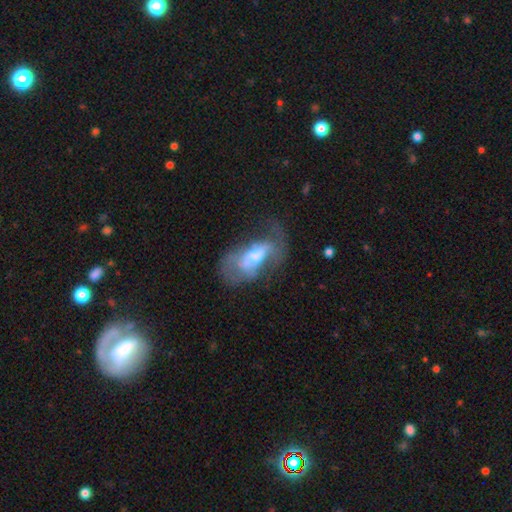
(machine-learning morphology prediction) Overall: featured or disk (59%; smooth 31%). Edge-on disk: no (91%). Bar: no (51%; weak 34%). Spiral arms: no (56%; yes 44%). Bulge size: moderate (48%; small 25%). Merging: major disturbance (39%; none 31%).